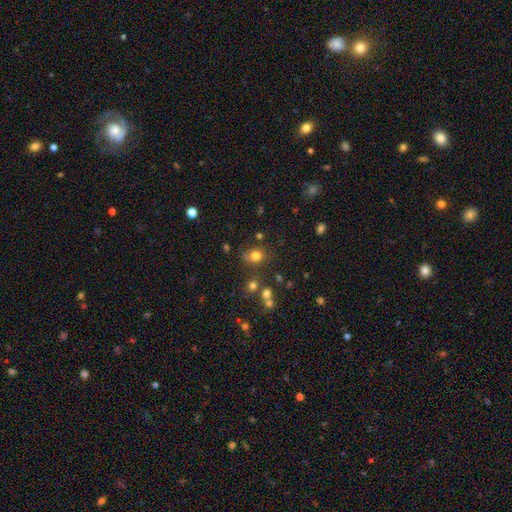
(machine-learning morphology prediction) Smooth or featured?
  - smooth: 76% *
  - star or artifact: 16%
  - featured or disk: 8%
How rounded?
  - round: 68% *
  - in between: 31%
  - cigar-shaped: 1%
Merging?
  - none: 70% *
  - minor disturbance: 17%
  - merger: 7%
  - major disturbance: 6%